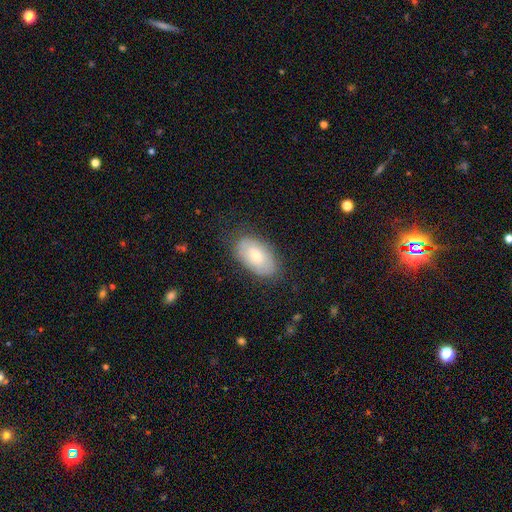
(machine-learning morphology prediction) Smooth or featured? Predicted: smooth (p=0.68). How rounded? Predicted: in between (p=0.94). Merging? Predicted: none (p=0.77).